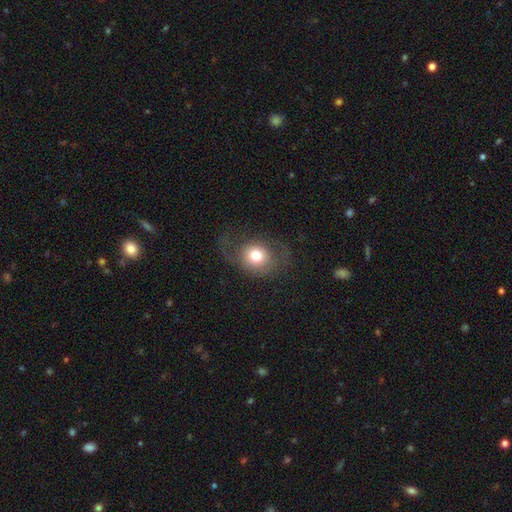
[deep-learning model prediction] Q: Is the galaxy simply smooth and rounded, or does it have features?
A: smooth — 64%.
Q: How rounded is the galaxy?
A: round — 62%.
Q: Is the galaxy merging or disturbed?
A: none — 55%.